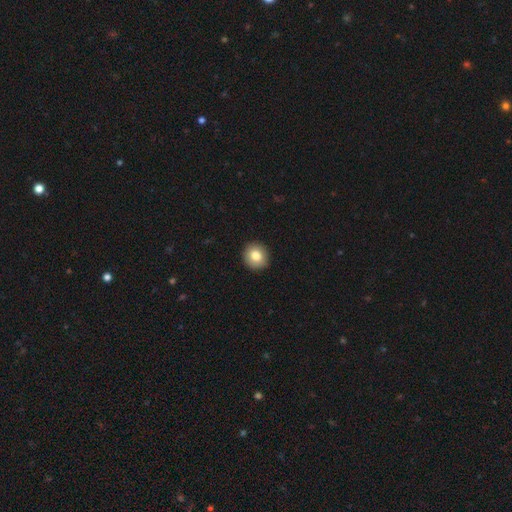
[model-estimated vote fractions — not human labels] smooth-or-featured: smooth: 82% | featured or disk: 9% | star or artifact: 9%
  how-rounded: round: 86% | in between: 13% | cigar-shaped: 1%
  merging: none: 91% | minor disturbance: 6% | major disturbance: 2% | merger: 1%